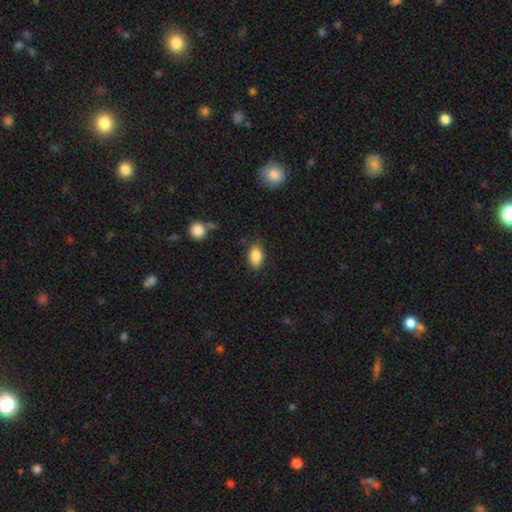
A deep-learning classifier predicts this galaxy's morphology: A smooth galaxy with no disk features (86%) that is in between round and cigar-shaped (88%). Merging: none (80%).